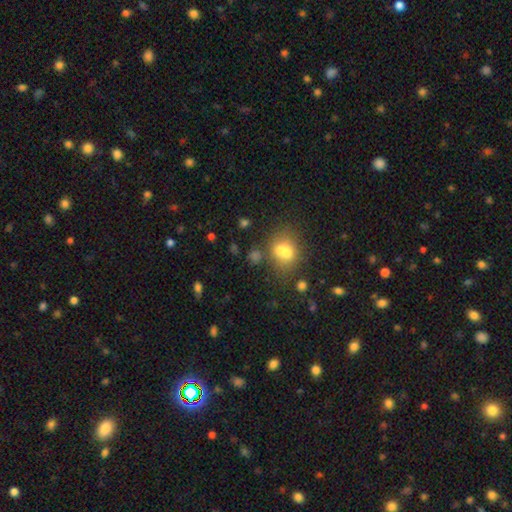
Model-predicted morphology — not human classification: smooth 63%, star or artifact 20%, featured or disk 17%. Down the decision tree: how rounded — round (50%); merging — none (44%).